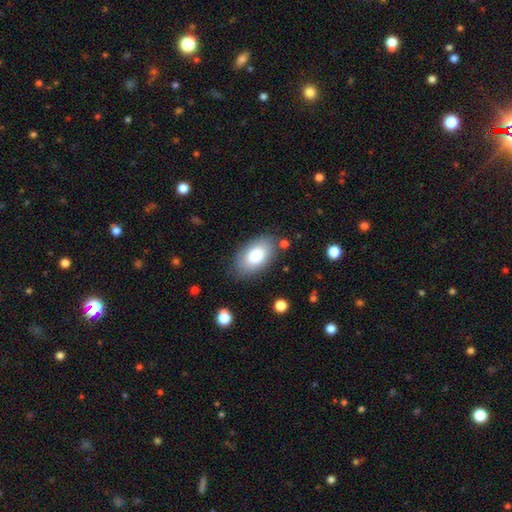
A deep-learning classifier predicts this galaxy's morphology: Smooth or featured: smooth — 80% (featured or disk — 13%)
How rounded: in between — 93% (round — 6%)
Merging: none — 80% (minor disturbance — 14%)